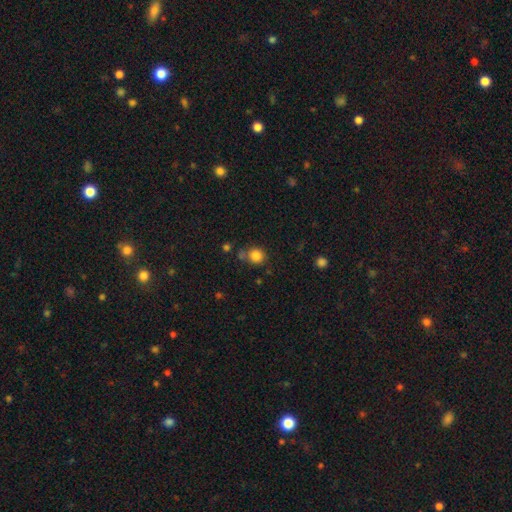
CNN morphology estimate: Smooth or featured: smooth — 84% (star or artifact — 11%)
How rounded: round — 84% (in between — 15%)
Merging: none — 68% (minor disturbance — 15%)